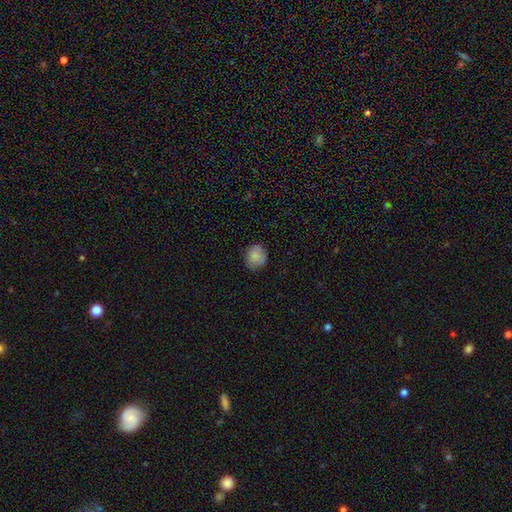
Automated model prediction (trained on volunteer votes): Overall: smooth (85%). How rounded: round (82%). Merging: none (82%).